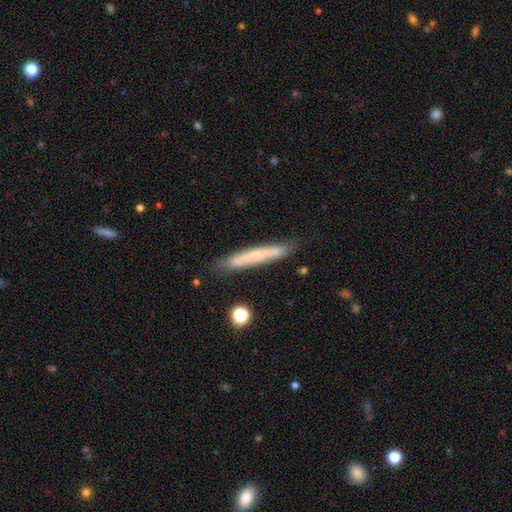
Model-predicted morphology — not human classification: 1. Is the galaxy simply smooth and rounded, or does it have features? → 55% smooth, 38% featured or disk, 7% star or artifact.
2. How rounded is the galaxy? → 95% cigar-shaped, 4% in between, 1% round.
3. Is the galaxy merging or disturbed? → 83% none, 13% minor disturbance, 2% major disturbance, 2% merger.